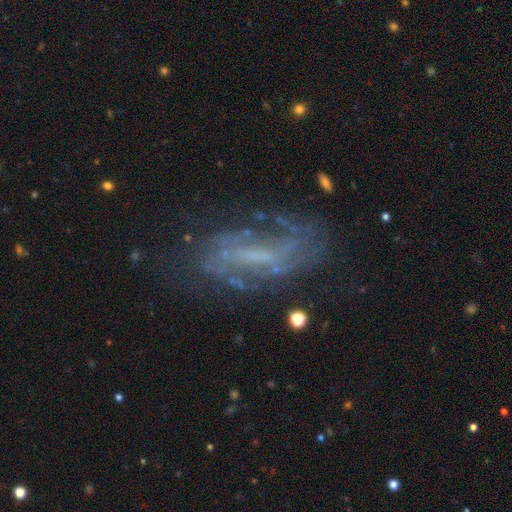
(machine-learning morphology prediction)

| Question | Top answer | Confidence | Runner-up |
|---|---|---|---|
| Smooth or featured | featured or disk | 74% | smooth (15%) |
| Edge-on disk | no | 89% | yes (11%) |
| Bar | weak | 41% | strong (32%) |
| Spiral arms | yes | 73% | no (27%) |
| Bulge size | none | 46% | small (34%) |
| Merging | none | 61% | minor disturbance (20%) |